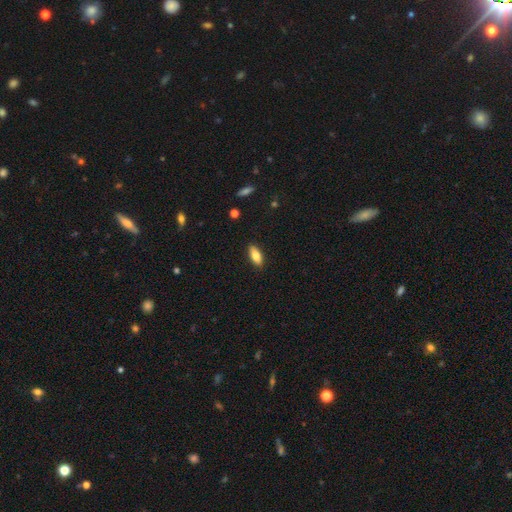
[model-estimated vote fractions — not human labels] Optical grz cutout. It shows a smooth galaxy with no disk features (76%) that is in between round and cigar-shaped (77%). Merging: none (88%).